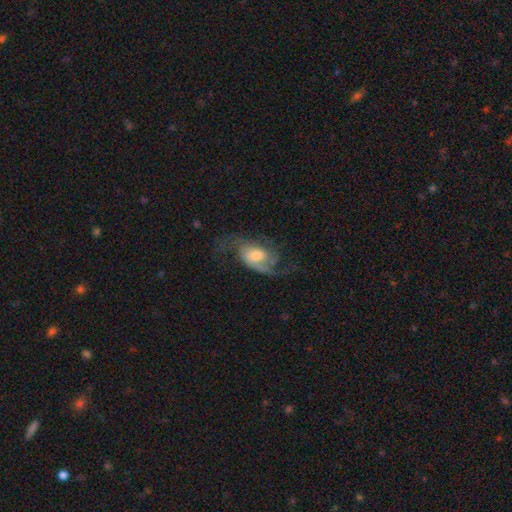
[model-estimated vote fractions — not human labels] A featured or disk galaxy (77%) with no bar (56%), 2 (74%) loose (53%) spiral arms (93%) and a moderate central bulge (55%). Merging: none (53%).